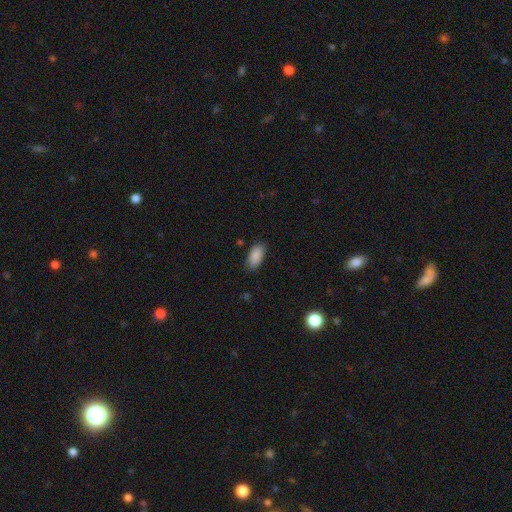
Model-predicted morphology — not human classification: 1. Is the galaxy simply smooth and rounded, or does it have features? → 89% smooth, 7% star or artifact, 4% featured or disk.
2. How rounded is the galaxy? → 93% in between, 5% cigar-shaped, 2% round.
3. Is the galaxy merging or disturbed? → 84% none, 12% minor disturbance, 3% major disturbance, 1% merger.